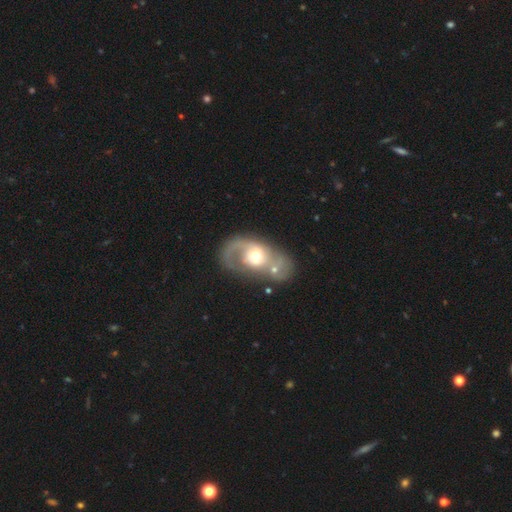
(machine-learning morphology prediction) smooth-or-featured: featured or disk: 69% | smooth: 25% | star or artifact: 6%
  disk-edge-on: no: 94% | yes: 6%
    bar: no: 69% | weak: 24% | strong: 7%
    has-spiral-arms: yes: 68% | no: 32%
    bulge-size: moderate: 64% | small: 23% | large: 10% | dominant: 2% | none: 1%
  merging: none: 41% | merger: 27% | minor disturbance: 16% | major disturbance: 16%